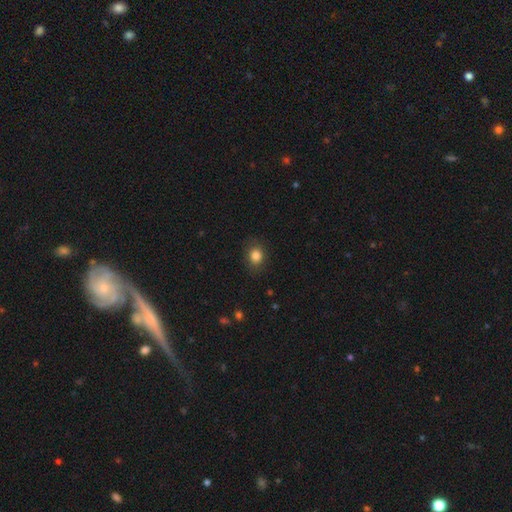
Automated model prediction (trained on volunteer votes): smooth-or-featured: smooth: 84% | star or artifact: 11% | featured or disk: 5%
  how-rounded: round: 60% | in between: 39% | cigar-shaped: 1%
  merging: none: 85% | minor disturbance: 11% | major disturbance: 3% | merger: 1%